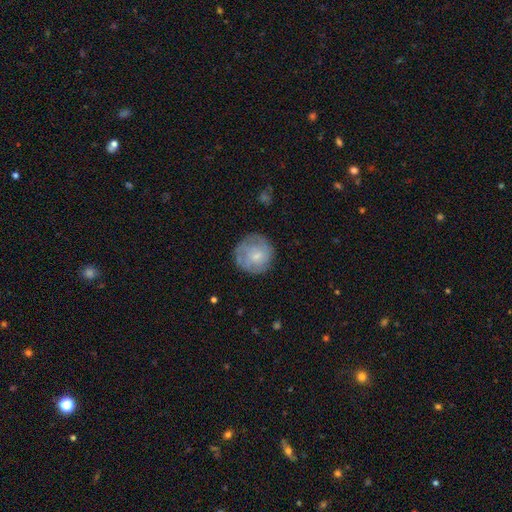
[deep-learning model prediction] Smooth or featured? Predicted: smooth (p=0.55). How rounded? Predicted: round (p=0.92). Merging? Predicted: none (p=0.74).